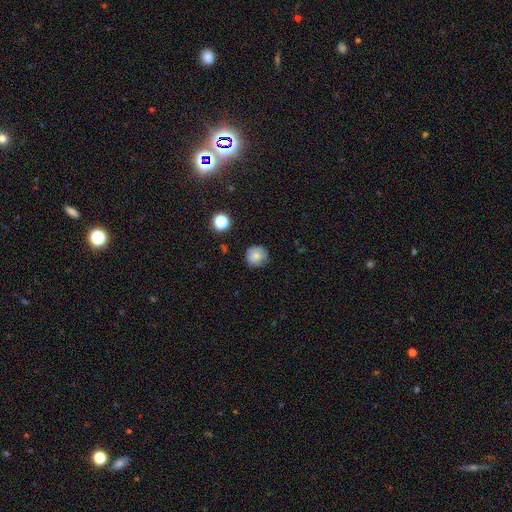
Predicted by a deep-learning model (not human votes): Overall: smooth (79%). How rounded: round (93%). Merging: none (83%).